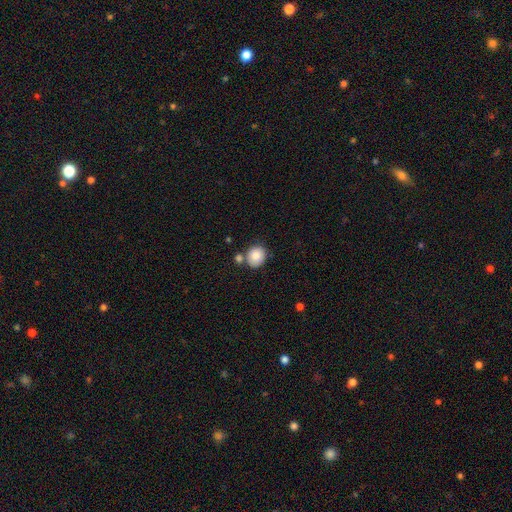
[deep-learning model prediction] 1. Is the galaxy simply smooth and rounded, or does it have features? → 85% smooth, 8% star or artifact, 7% featured or disk.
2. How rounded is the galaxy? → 75% round, 24% in between, 1% cigar-shaped.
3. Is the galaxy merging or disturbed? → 65% none, 17% merger, 13% minor disturbance, 4% major disturbance.